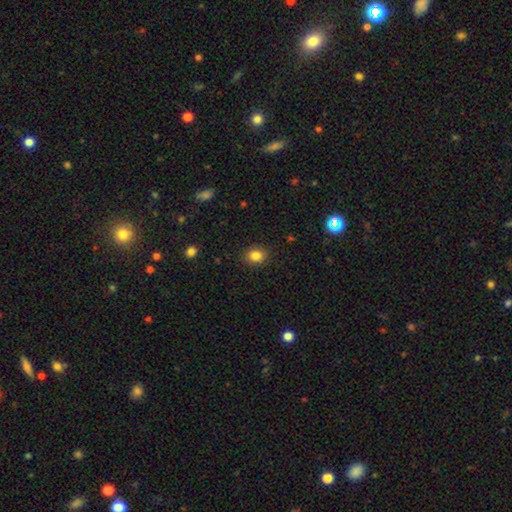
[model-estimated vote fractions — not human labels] Smooth or featured? smooth (84%)
How rounded? round (63%)
Merging? none (89%)